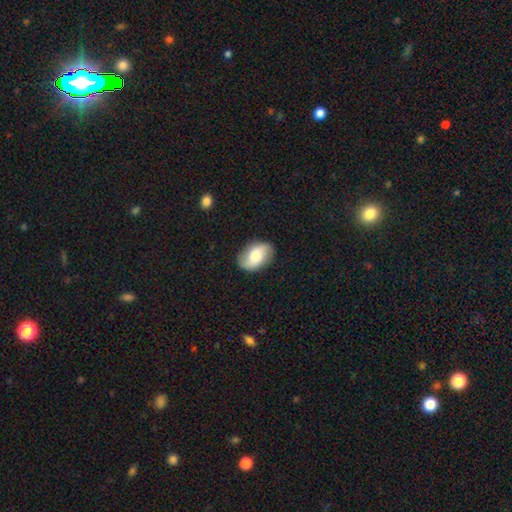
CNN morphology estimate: Smooth or featured? featured or disk (50%)
Edge-on disk? no (96%)
Merging? none (85%)